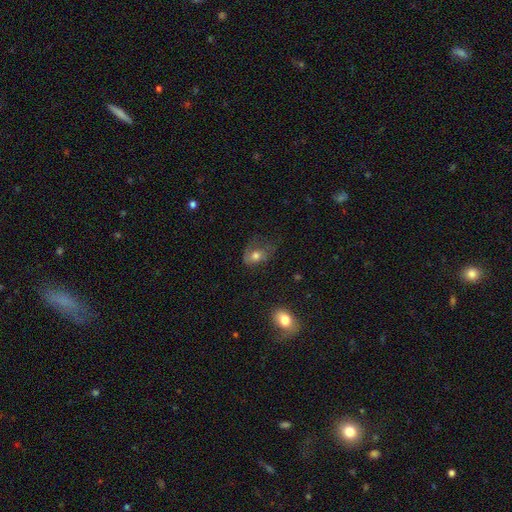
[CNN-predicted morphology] Smooth or featured? Predicted: smooth (p=0.61). How rounded? Predicted: in between (p=0.69). Merging? Predicted: major disturbance (p=0.36).